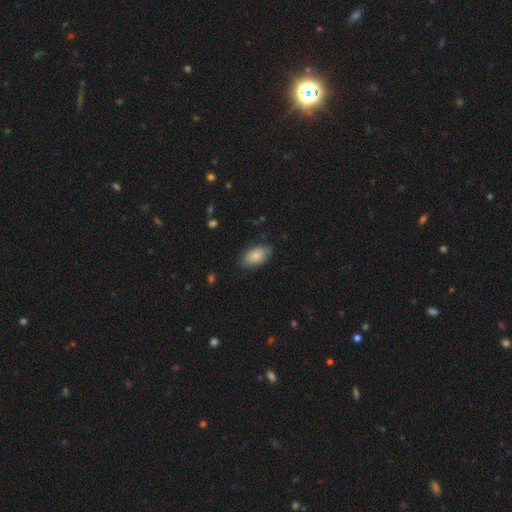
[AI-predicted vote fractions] Smooth or featured? smooth (77%)
How rounded? in between (93%)
Merging? none (73%)